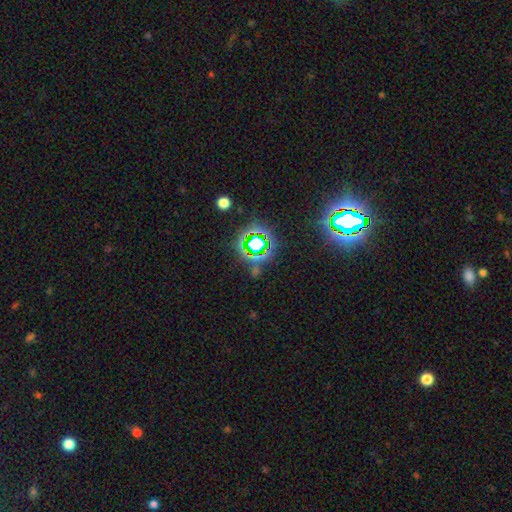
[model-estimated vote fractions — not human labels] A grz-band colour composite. It shows a star or artifact, not a galaxy (78%).